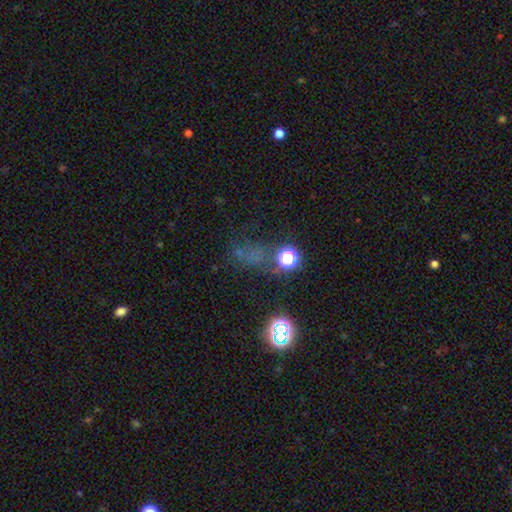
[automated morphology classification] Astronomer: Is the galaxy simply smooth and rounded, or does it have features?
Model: star or artifact — 46% (runner-up: smooth, 39%).